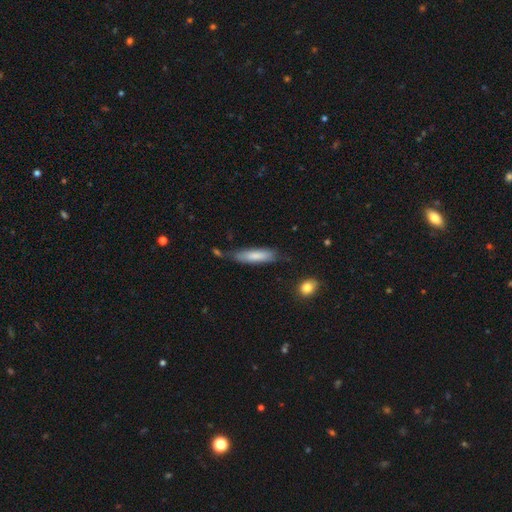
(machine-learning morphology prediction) Smooth or featured? smooth (79%)
How rounded? cigar-shaped (72%)
Merging? none (65%)